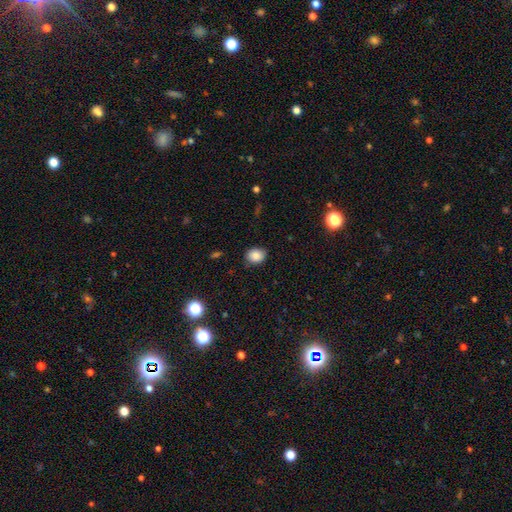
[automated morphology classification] A smooth galaxy with no disk features (85%) that is round (52%). Merging: none (82%).